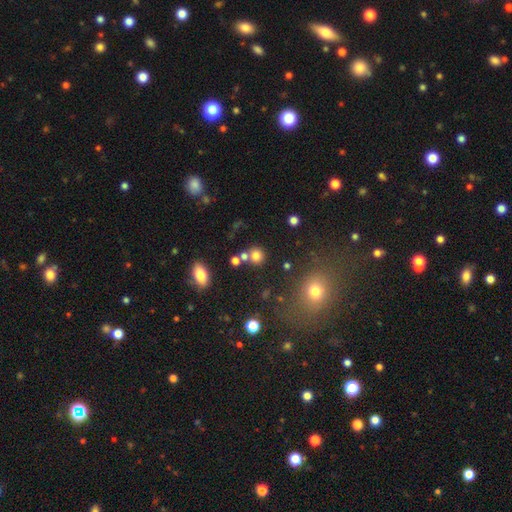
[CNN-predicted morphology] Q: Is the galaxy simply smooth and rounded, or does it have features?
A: smooth — 77%.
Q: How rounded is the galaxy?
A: round — 86%.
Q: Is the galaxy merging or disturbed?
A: none — 66%.